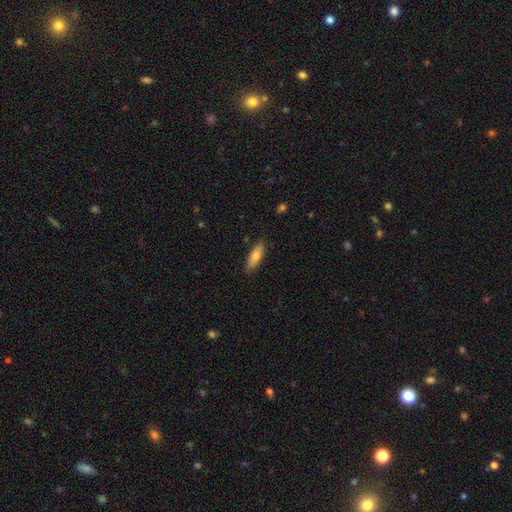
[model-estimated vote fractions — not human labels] Morphology: type=smooth (74%); roundness=in between (56%); merging=none (85%).